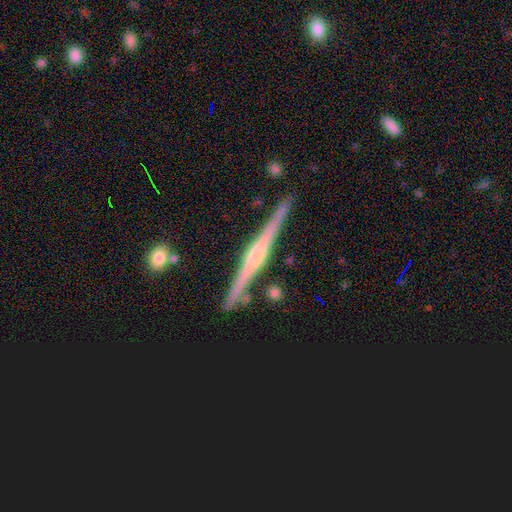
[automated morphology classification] featured or disk 81%, smooth 13%, star or artifact 6%. Down the decision tree: edge-on disk — yes (98%); edge-on bulge — rounded (62%); merging — none (88%).